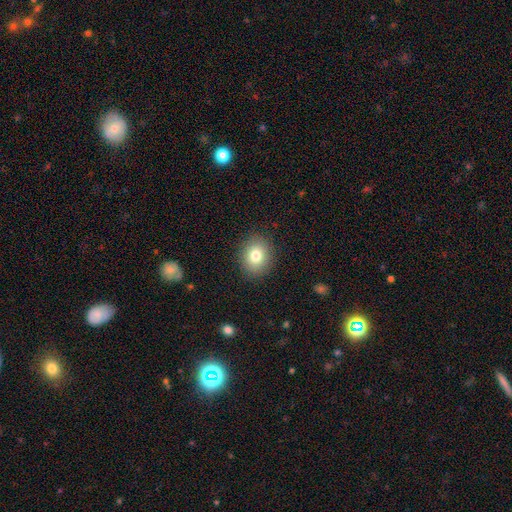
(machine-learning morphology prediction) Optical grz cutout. It shows a smooth galaxy with no disk features (80%) that is round (62%). Merging: none (88%).